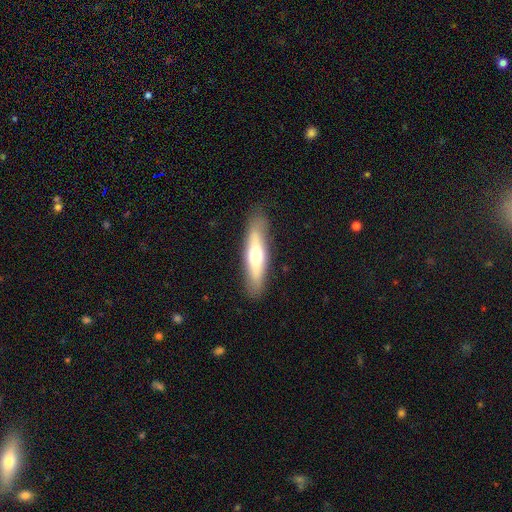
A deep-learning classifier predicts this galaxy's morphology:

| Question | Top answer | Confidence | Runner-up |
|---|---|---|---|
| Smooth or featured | smooth | 54% | featured or disk (40%) |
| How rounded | cigar-shaped | 70% | in between (28%) |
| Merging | none | 84% | minor disturbance (11%) |